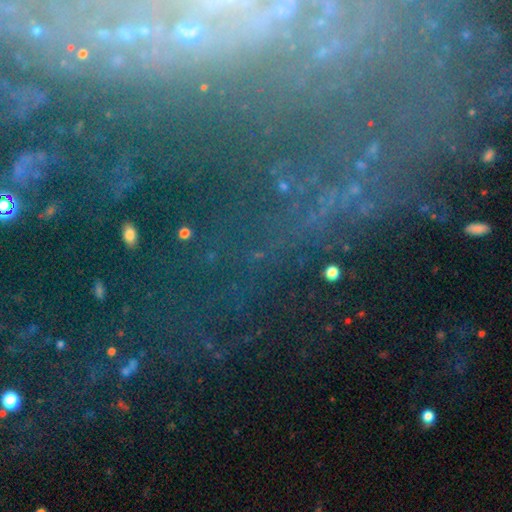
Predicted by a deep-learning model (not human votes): Smooth or featured: star or artifact — 51% (featured or disk — 35%)